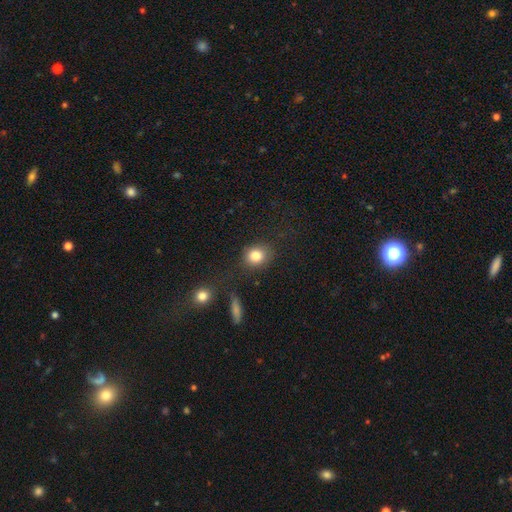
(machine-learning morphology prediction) A smooth galaxy with no disk features (82%) that is round (71%). Merging: none (80%).